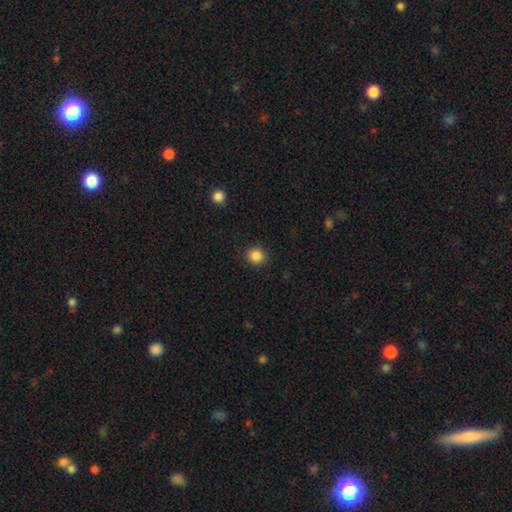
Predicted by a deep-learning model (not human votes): smooth-or-featured: smooth: 86% | star or artifact: 10% | featured or disk: 4%
  how-rounded: round: 86% | in between: 13% | cigar-shaped: 1%
  merging: none: 90% | minor disturbance: 6% | major disturbance: 2% | merger: 1%